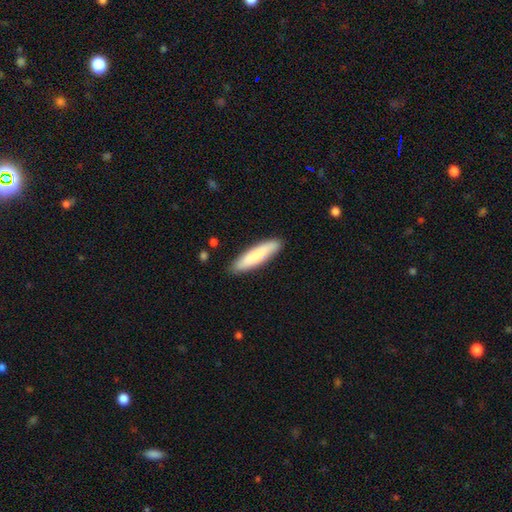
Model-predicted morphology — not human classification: Smooth or featured: smooth — 81% (featured or disk — 14%)
How rounded: cigar-shaped — 78% (in between — 21%)
Merging: none — 86% (minor disturbance — 11%)